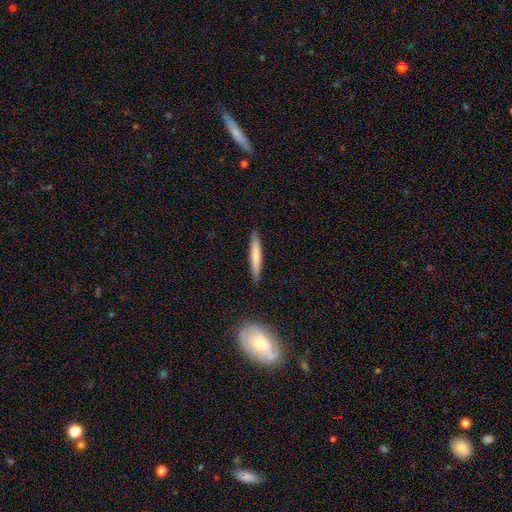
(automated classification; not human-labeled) smooth 69%, featured or disk 25%, star or artifact 6%. Down the decision tree: how rounded — cigar-shaped (94%); merging — none (89%).